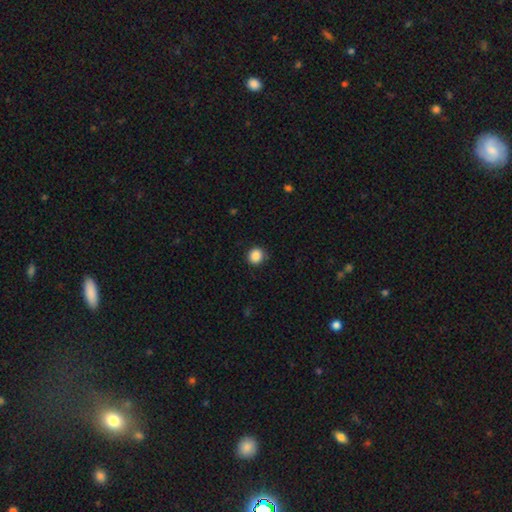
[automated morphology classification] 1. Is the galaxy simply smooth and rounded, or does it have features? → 87% smooth, 10% star or artifact, 3% featured or disk.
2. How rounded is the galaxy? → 90% round, 9% in between, 1% cigar-shaped.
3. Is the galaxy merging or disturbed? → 88% none, 8% minor disturbance, 2% major disturbance, 1% merger.